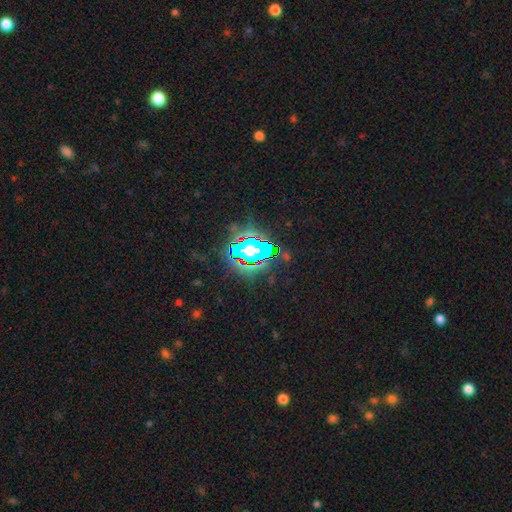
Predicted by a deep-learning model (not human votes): A star or artifact, not a galaxy (67%).